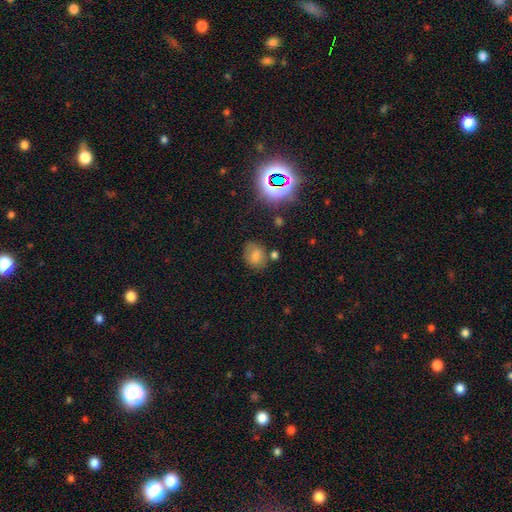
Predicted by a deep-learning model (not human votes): The model was most divided on "how rounded": in between: 61%, round: 38%, cigar-shaped: 1%. More confident: smooth or featured — smooth (71%); merging — none (65%).